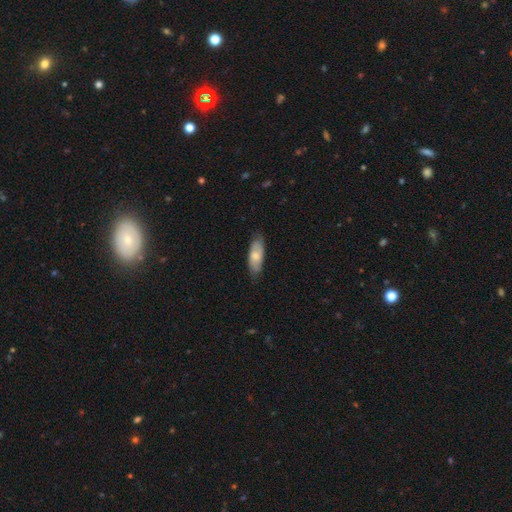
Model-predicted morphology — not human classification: The model was most divided on "smooth or featured": smooth: 65%, featured or disk: 29%, star or artifact: 6%. More confident: merging — none (75%); how rounded — in between (72%).